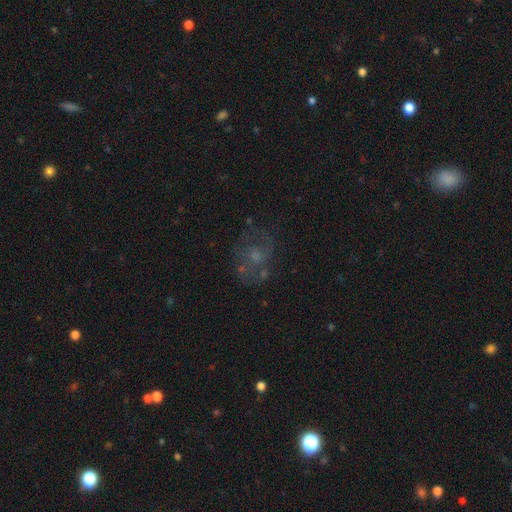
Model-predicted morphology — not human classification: smooth-or-featured: featured or disk: 50% | smooth: 30% | star or artifact: 20%
  merging: none: 60% | minor disturbance: 18% | major disturbance: 16% | merger: 5%